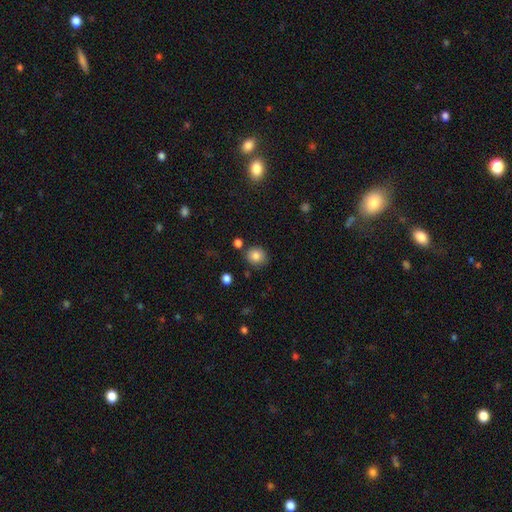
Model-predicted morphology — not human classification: Smooth or featured? Predicted: smooth (p=0.82). How rounded? Predicted: round (p=0.81). Merging? Predicted: none (p=0.81).